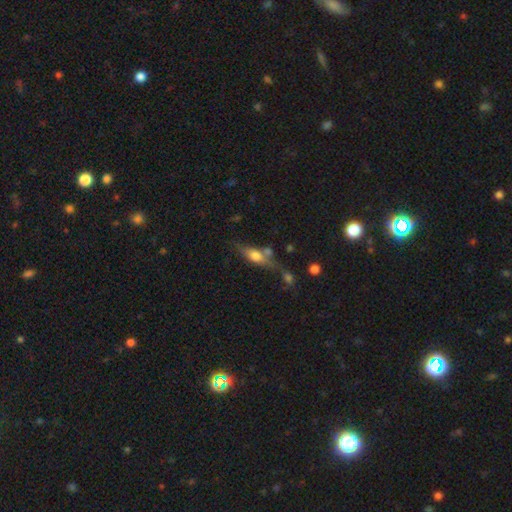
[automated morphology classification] A smooth galaxy with no disk features (50%) that is in between round and cigar-shaped (58%).

Vote fractions:
- Smooth or featured? smooth: 50% / featured or disk: 41% / star or artifact: 9%
- How rounded? in between: 58% / cigar-shaped: 36% / round: 7%
- Merging? none: 45% / merger: 26% / minor disturbance: 19% / major disturbance: 11%